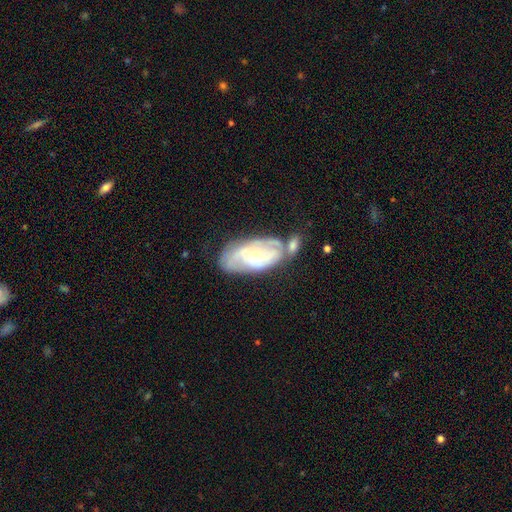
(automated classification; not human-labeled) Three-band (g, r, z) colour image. It shows a featured or disk galaxy (76%) with no bar (50%), 2 (47%) tight (49%) spiral arms (85%) and a small central bulge (53%). Merging: none (41%).